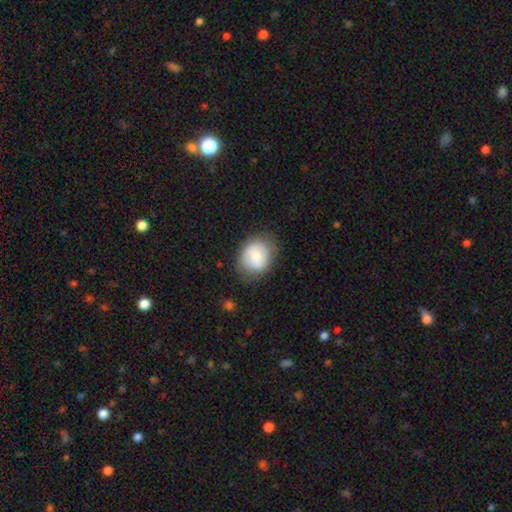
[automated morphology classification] A smooth galaxy with no disk features (68%) that is round (57%). Merging: none (68%).